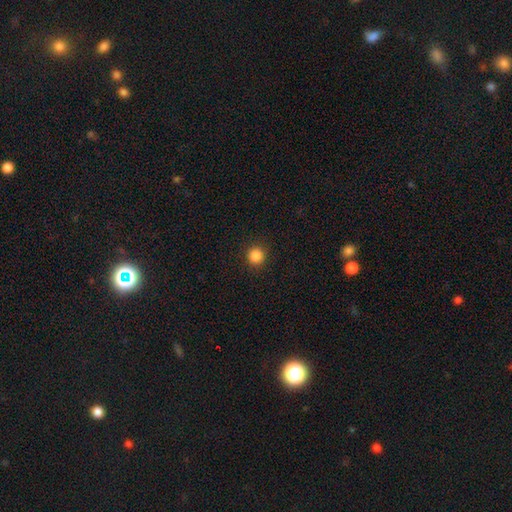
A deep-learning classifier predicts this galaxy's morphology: type=smooth (85%); roundness=round (94%); merging=none (92%).